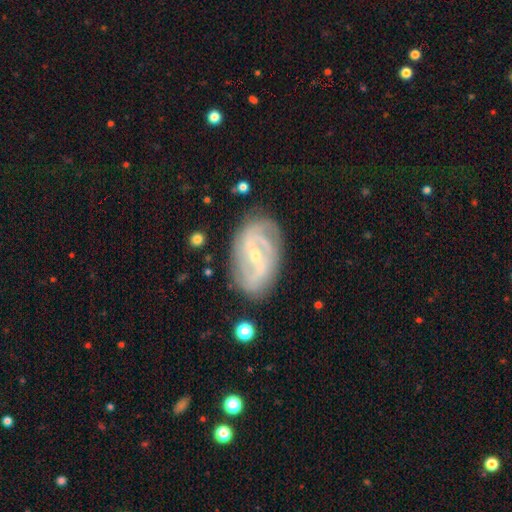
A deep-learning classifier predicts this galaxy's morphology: featured or disk 86%, smooth 8%, star or artifact 6%. Down the decision tree: edge-on disk — no (96%); bar — weak (42%); spiral arms — yes (95%); spiral arm count — 2 (55%); spiral winding — tight (42%); bulge size — small (69%); merging — none (78%).